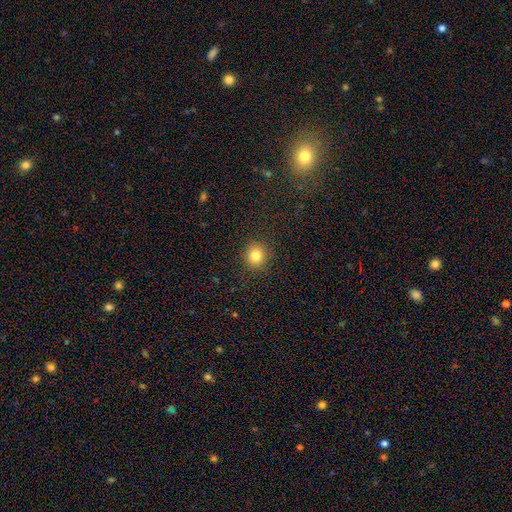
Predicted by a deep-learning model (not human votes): This appears to be a smooth galaxy with no disk features (82%) that is round (85%). Merging: none (90%).